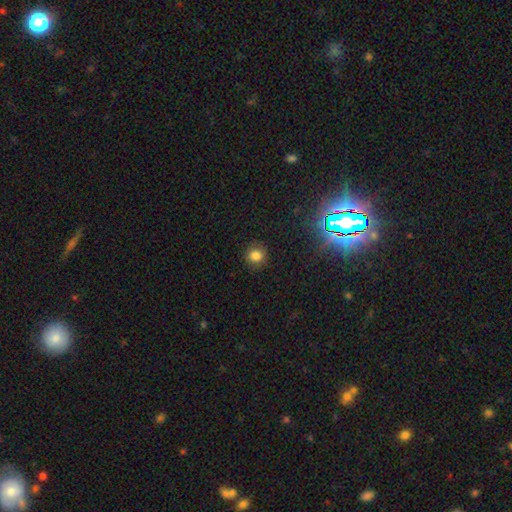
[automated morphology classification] Smooth or featured? smooth (81%)
How rounded? round (88%)
Merging? none (87%)